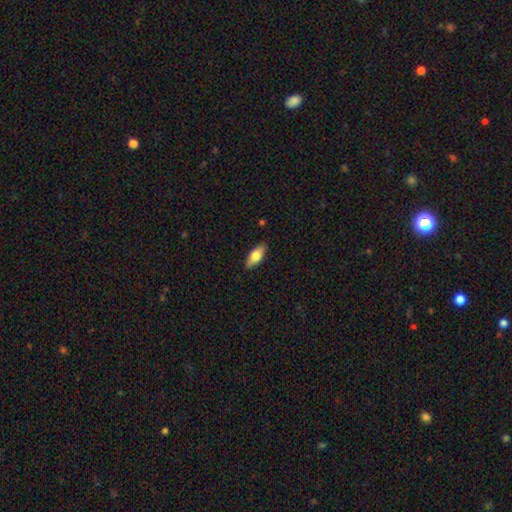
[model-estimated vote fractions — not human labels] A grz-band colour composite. It shows a smooth galaxy with no disk features (70%) that is in between round and cigar-shaped (80%). Merging: none (86%).